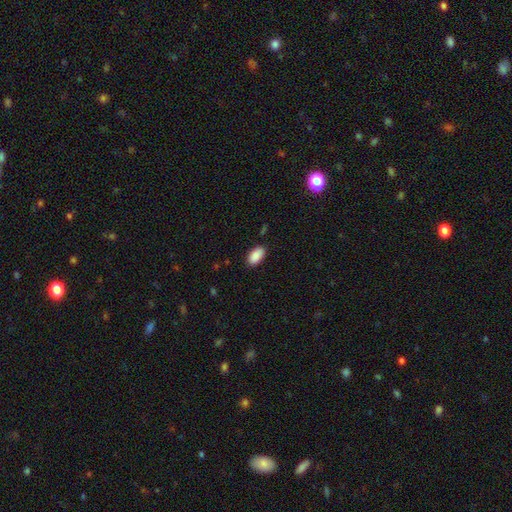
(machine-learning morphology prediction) This is clearly a smooth galaxy (89%). How rounded: clearly in between (94%). Merging: clearly none (87%).